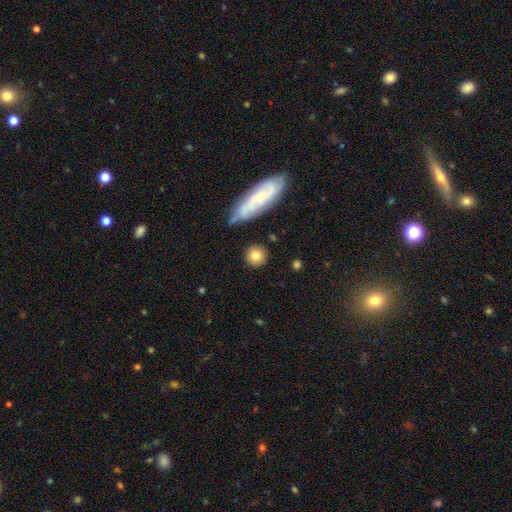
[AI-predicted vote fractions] Smooth or featured? smooth (79%)
How rounded? round (91%)
Merging? none (84%)